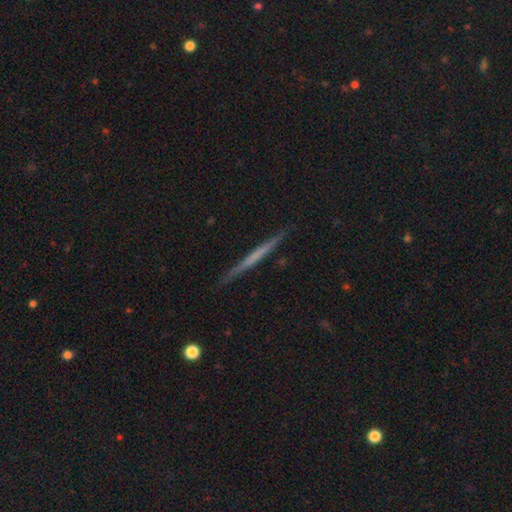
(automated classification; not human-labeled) This appears to be a featured or disk galaxy (55%) viewed edge-on (98%) with no central bulge (89%). Merging: none (91%).